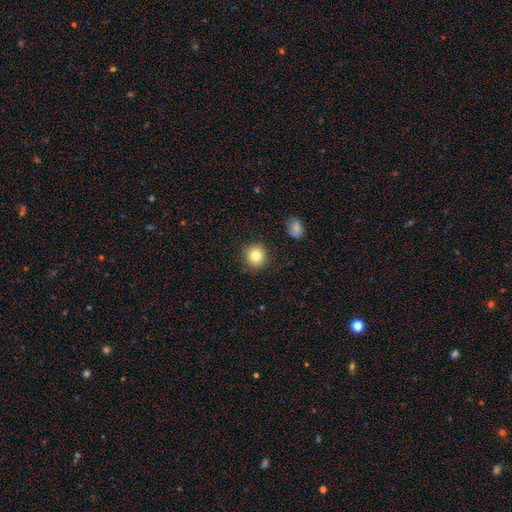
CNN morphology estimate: smooth_or_featured: smooth (p=0.82) [alt: star or artifact p=0.10]
how_rounded: round (p=0.92) [alt: in between p=0.07]
merging: none (p=0.89) [alt: minor disturbance p=0.07]